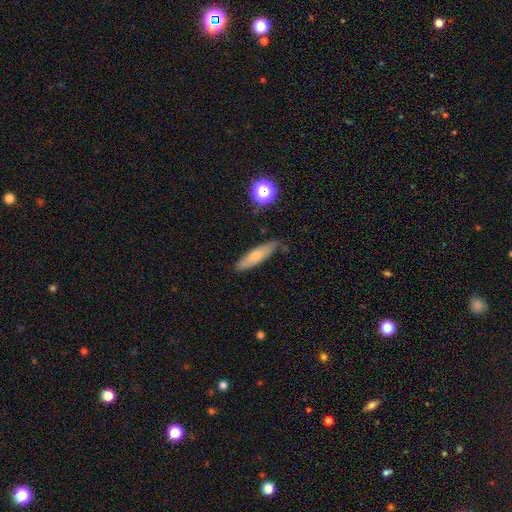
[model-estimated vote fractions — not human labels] Smooth or featured? smooth (61%)
How rounded? cigar-shaped (74%)
Merging? none (81%)